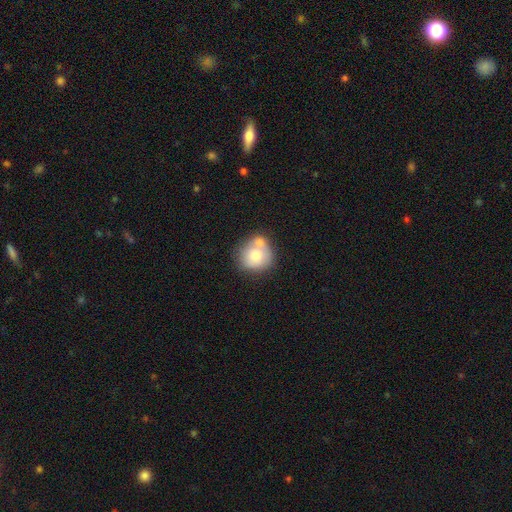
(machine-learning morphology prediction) The model was most divided on "merging": merger: 44%, none: 37%, minor disturbance: 14%, major disturbance: 5%. More confident: how rounded — round (84%); smooth or featured — smooth (73%).